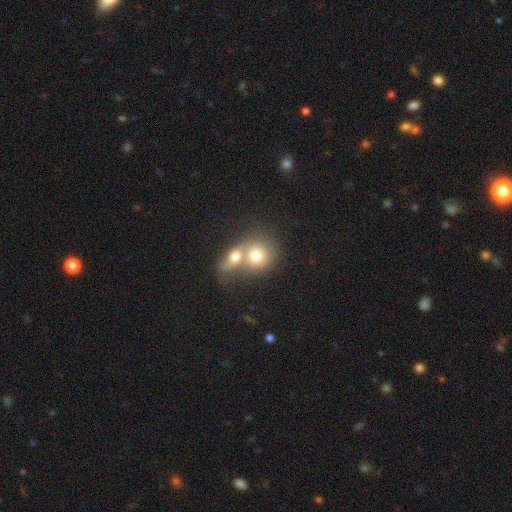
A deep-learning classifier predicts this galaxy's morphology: smooth 70%, featured or disk 22%, star or artifact 8%. Down the decision tree: how rounded — round (71%); merging — merger (71%).